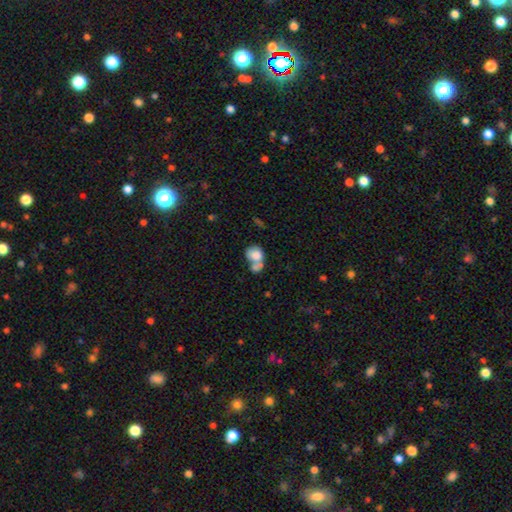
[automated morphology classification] smooth 77%, featured or disk 16%, star or artifact 8%. Down the decision tree: how rounded — round (51%); merging — merger (63%).